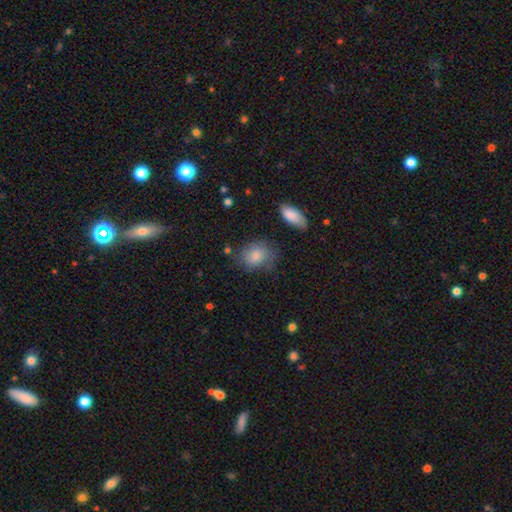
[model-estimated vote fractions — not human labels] smooth 81%, featured or disk 12%, star or artifact 8%. Down the decision tree: how rounded — in between (55%); merging — none (60%).